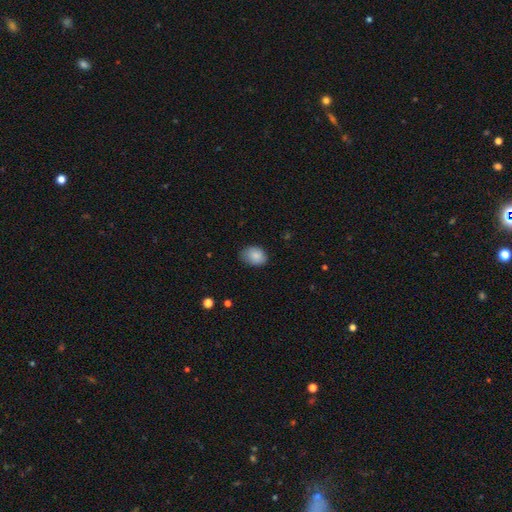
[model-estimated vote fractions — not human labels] smooth-or-featured: smooth: 86% | star or artifact: 8% | featured or disk: 7%
  how-rounded: in between: 66% | round: 33% | cigar-shaped: 1%
  merging: none: 71% | minor disturbance: 24% | major disturbance: 4% | merger: 1%